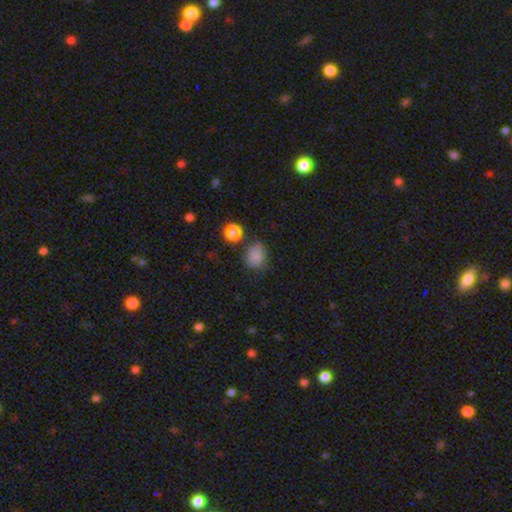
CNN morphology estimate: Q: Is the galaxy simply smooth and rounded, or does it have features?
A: smooth — 81%.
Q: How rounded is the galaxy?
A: round — 54%.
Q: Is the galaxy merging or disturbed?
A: none — 67%.